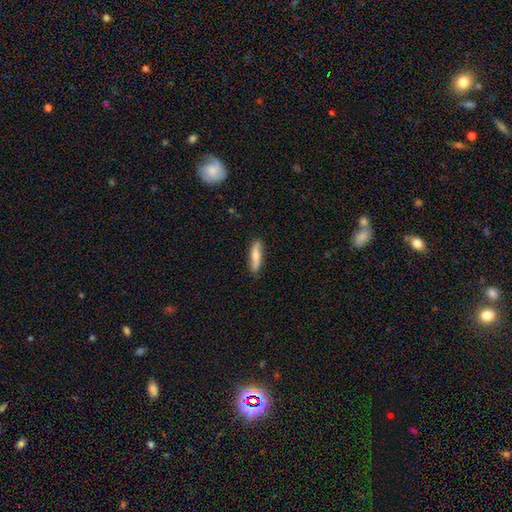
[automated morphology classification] This appears to be a smooth galaxy with no disk features (64%) that is cigar-shaped (78%). Merging: none (85%).